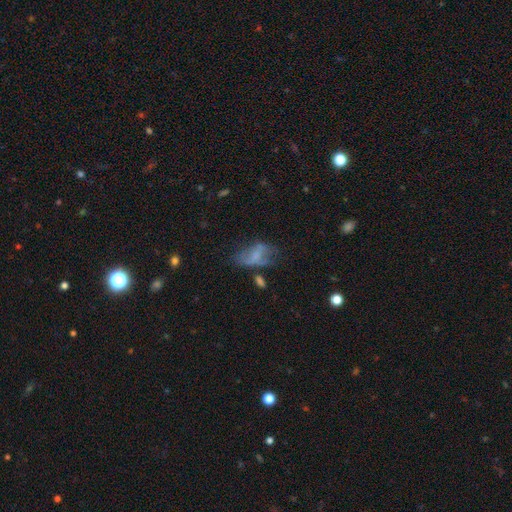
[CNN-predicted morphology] The model was most divided on "merging": none: 35%, major disturbance: 28%, minor disturbance: 27%, merger: 10%. More confident: how rounded — in between (88%); smooth or featured — smooth (52%).